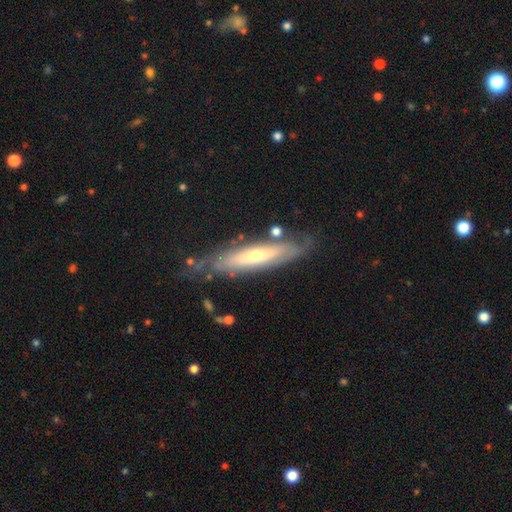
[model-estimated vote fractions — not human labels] Q: Smooth or featured?
A: featured or disk (62%); runner-up: smooth (32%)
Q: Edge-on disk?
A: yes (52%); runner-up: no (48%)
Q: Merging?
A: none (70%); runner-up: minor disturbance (19%)